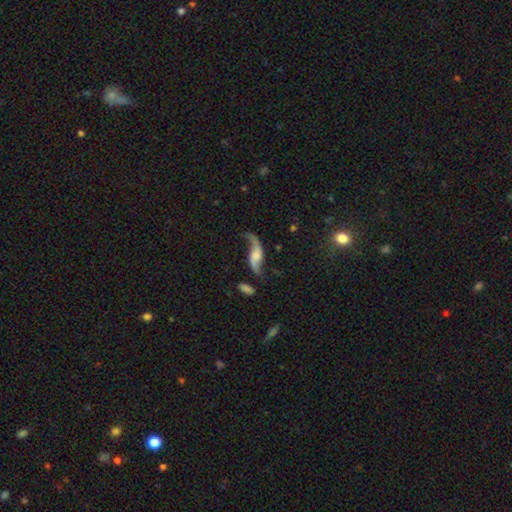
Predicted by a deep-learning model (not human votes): This is clearly a featured or disk galaxy (82%). It is clearly not viewed edge-on (91%). Bar: possibly no (55%). Spiral arm pattern: clearly yes (94%). Spiral arm count: clearly 2 (89%). Spiral winding: clearly loose (92%). Central bulge: marginally none (30%). Merging: possibly none (58%).